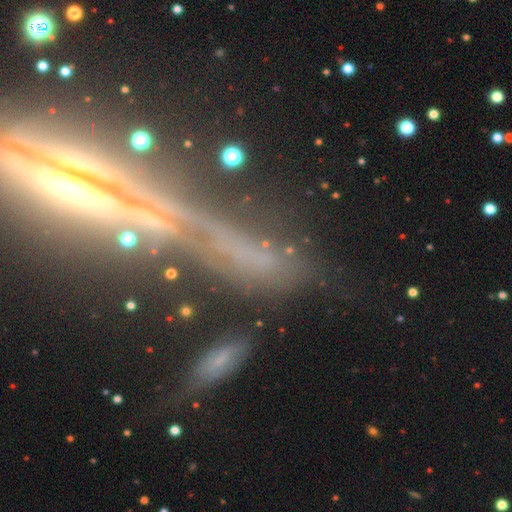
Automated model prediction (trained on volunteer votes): This appears to be a star or artifact, not a galaxy (40%).